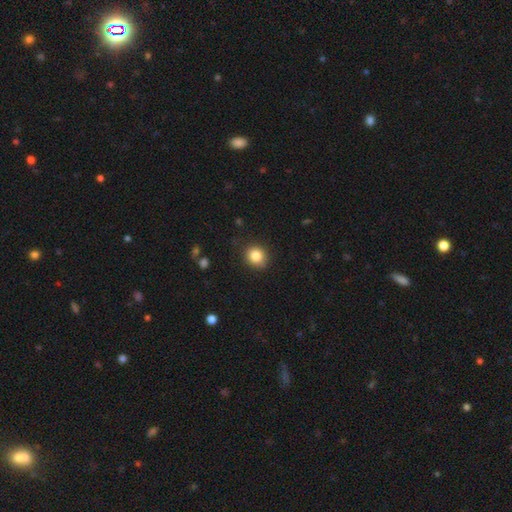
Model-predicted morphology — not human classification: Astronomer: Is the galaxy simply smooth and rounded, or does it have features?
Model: smooth — 84%.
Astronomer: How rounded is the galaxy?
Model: round — 83%.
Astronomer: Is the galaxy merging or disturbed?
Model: none — 86%.